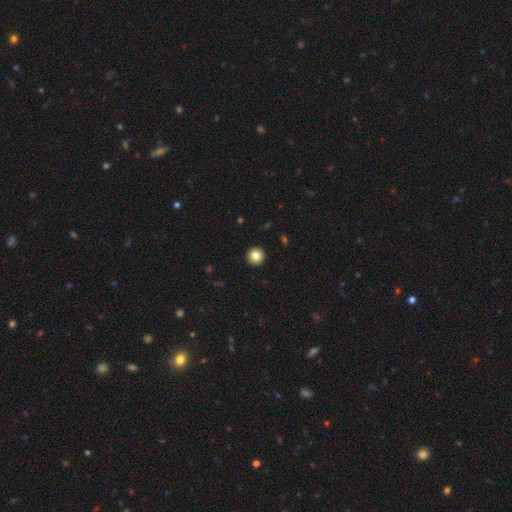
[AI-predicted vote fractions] Q: Smooth or featured?
A: smooth (84%); runner-up: star or artifact (9%)
Q: How rounded?
A: round (96%); runner-up: in between (3%)
Q: Merging?
A: none (94%); runner-up: minor disturbance (4%)